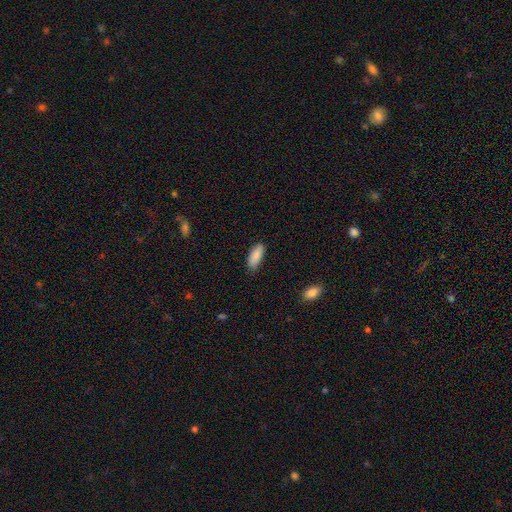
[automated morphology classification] Smooth or featured: smooth — 88% (star or artifact — 7%)
How rounded: in between — 81% (cigar-shaped — 17%)
Merging: none — 82% (minor disturbance — 15%)